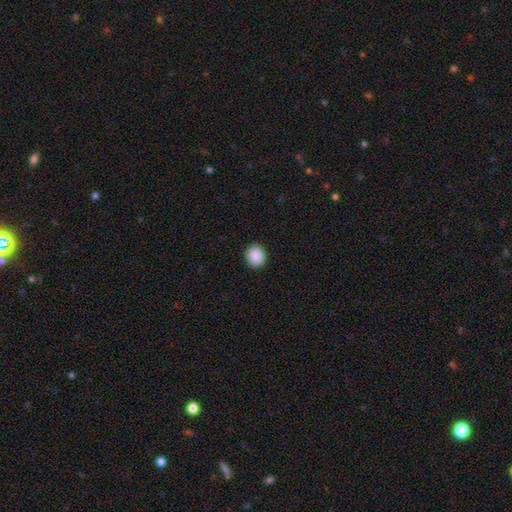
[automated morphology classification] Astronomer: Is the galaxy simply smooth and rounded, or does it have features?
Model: smooth — 90%.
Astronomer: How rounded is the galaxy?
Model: round — 70%.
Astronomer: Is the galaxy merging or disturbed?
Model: none — 91%.